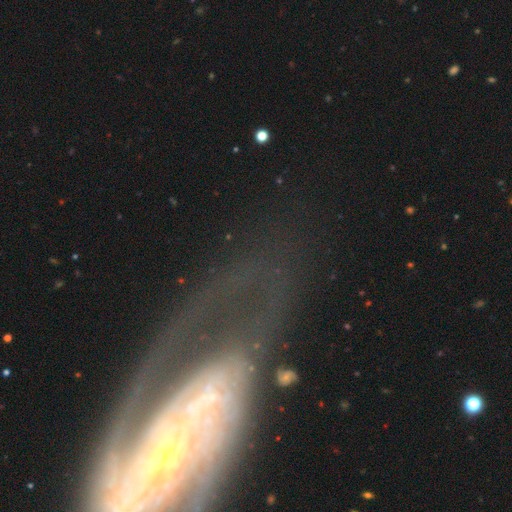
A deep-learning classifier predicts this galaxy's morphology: smooth-or-featured: featured or disk: 63% | star or artifact: 20% | smooth: 17%
  disk-edge-on: no: 83% | yes: 17%
    bar: no: 49% | weak: 27% | strong: 24%
    has-spiral-arms: yes: 67% | no: 33%
    bulge-size: small: 43% | moderate: 29% | none: 13% | large: 10% | dominant: 5%
  merging: none: 55% | major disturbance: 21% | minor disturbance: 16% | merger: 8%